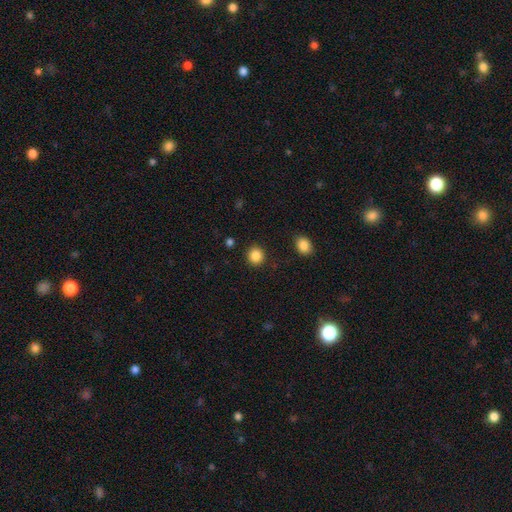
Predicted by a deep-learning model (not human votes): A smooth galaxy with no disk features (86%) that is round (90%). Merging: none (91%).